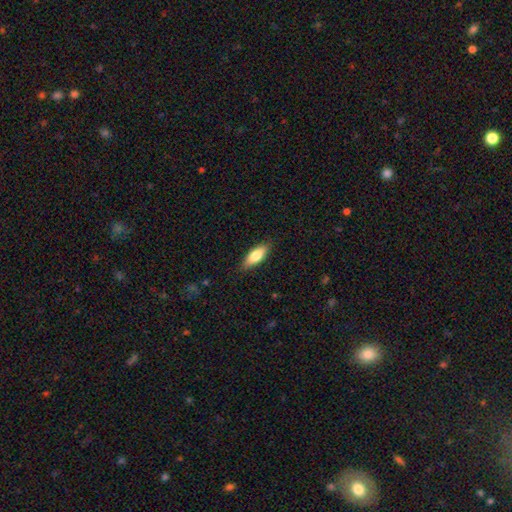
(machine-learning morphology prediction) Smooth or featured: smooth — 77% (featured or disk — 17%)
How rounded: in between — 65% (cigar-shaped — 33%)
Merging: none — 86% (minor disturbance — 10%)